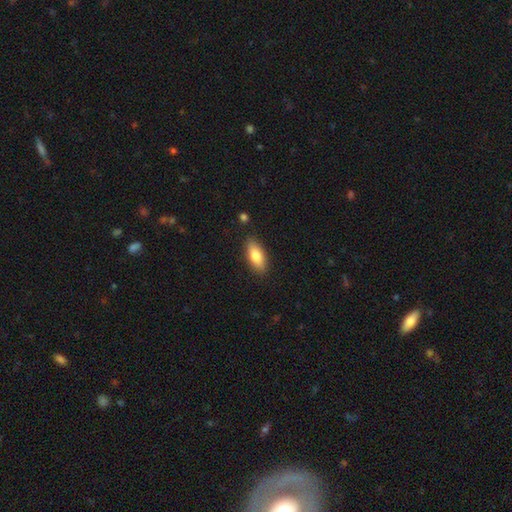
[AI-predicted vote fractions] A smooth galaxy with no disk features (81%) that is in between round and cigar-shaped (80%).

Vote fractions:
- Smooth or featured? smooth: 81% / featured or disk: 12% / star or artifact: 6%
- How rounded? in between: 80% / cigar-shaped: 18% / round: 2%
- Merging? none: 85% / minor disturbance: 11% / major disturbance: 2% / merger: 2%